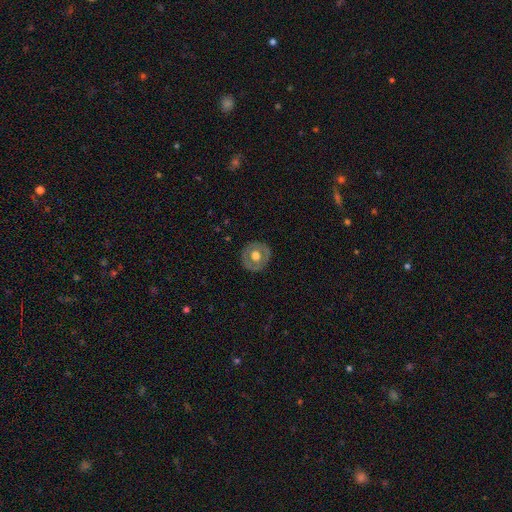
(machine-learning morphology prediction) This is possibly a featured or disk galaxy (48%). Merging: clearly none (85%).